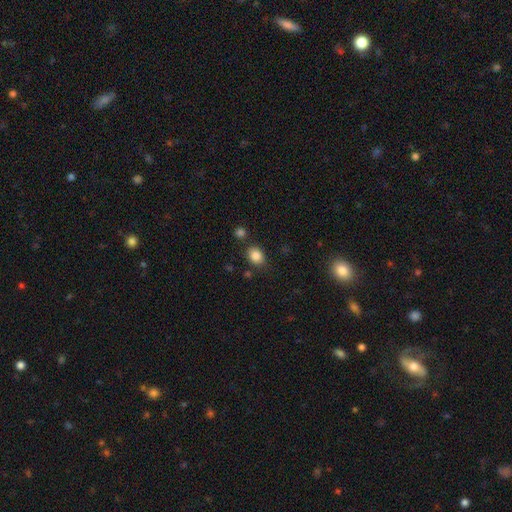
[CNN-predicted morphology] smooth 85%, star or artifact 10%, featured or disk 5%. Down the decision tree: how rounded — in between (50%); merging — none (77%).